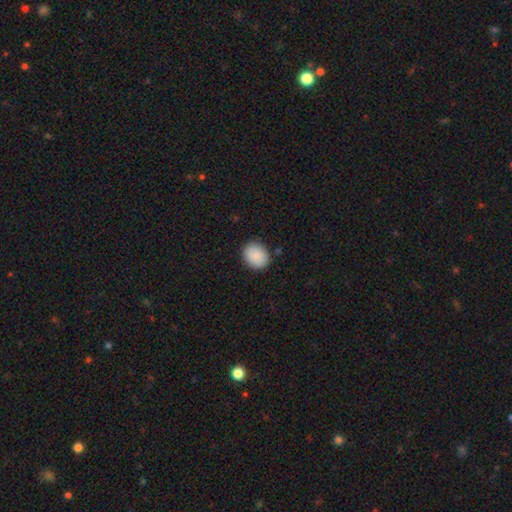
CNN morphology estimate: Smooth or featured? smooth (89%)
How rounded? round (54%)
Merging? none (87%)